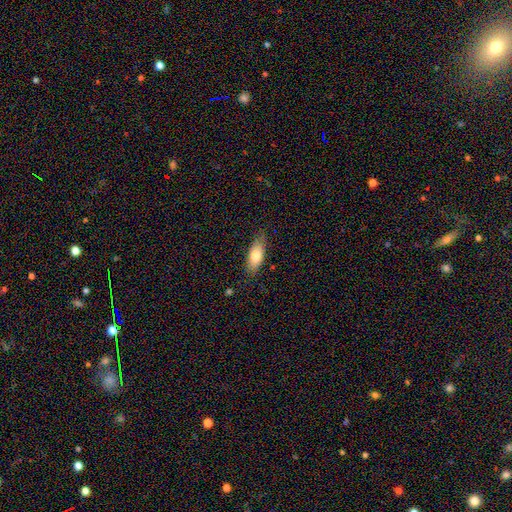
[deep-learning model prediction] A smooth galaxy with no disk features (78%) that is in between round and cigar-shaped (77%). Merging: none (79%).